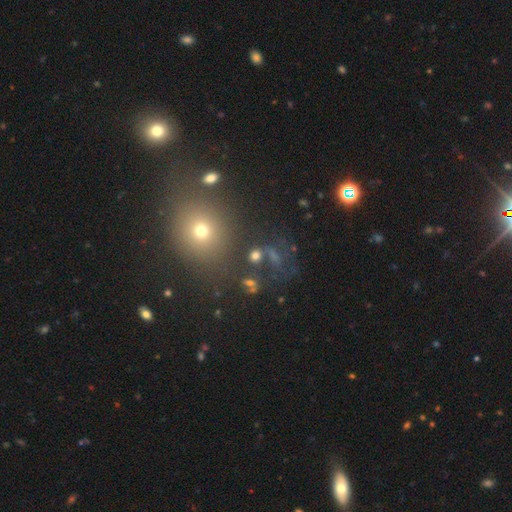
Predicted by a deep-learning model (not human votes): Smooth or featured?
  - smooth: 52% *
  - star or artifact: 31%
  - featured or disk: 17%
How rounded?
  - round: 62% *
  - in between: 35%
  - cigar-shaped: 3%
Merging?
  - none: 57% *
  - merger: 18%
  - major disturbance: 13%
  - minor disturbance: 12%